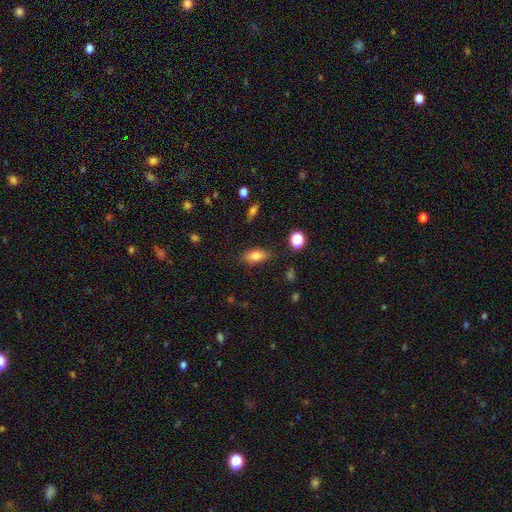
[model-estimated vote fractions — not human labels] Smooth or featured: smooth — 76% (featured or disk — 14%)
How rounded: in between — 82% (cigar-shaped — 11%)
Merging: none — 75% (minor disturbance — 18%)